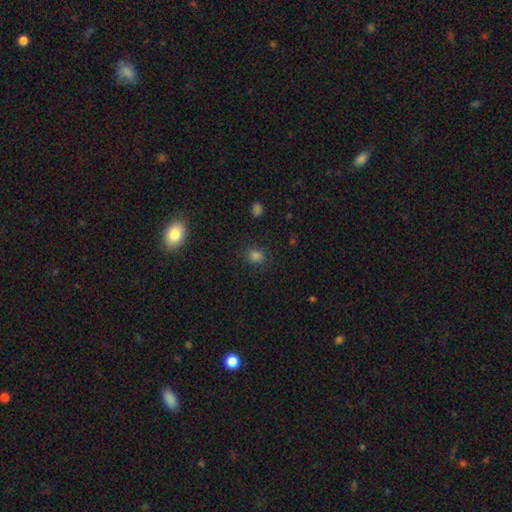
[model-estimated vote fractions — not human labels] smooth 80%, star or artifact 16%, featured or disk 4%. Down the decision tree: how rounded — round (65%); merging — none (85%).